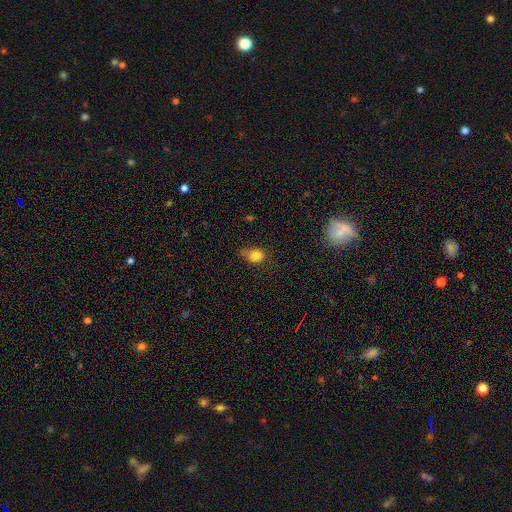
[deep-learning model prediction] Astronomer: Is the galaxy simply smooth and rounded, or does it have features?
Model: smooth — 81%.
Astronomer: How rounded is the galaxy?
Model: round — 52% (runner-up: in between, 46%).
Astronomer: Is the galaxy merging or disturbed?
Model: none — 54% (runner-up: minor disturbance, 33%).